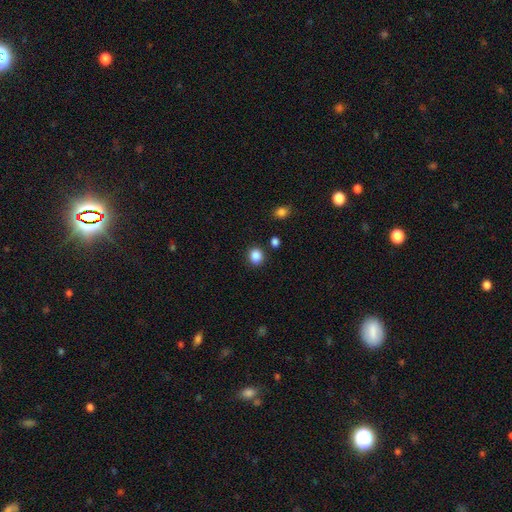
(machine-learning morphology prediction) Q: Smooth or featured?
A: smooth (87%); runner-up: star or artifact (10%)
Q: How rounded?
A: round (79%); runner-up: in between (20%)
Q: Merging?
A: none (85%); runner-up: minor disturbance (8%)